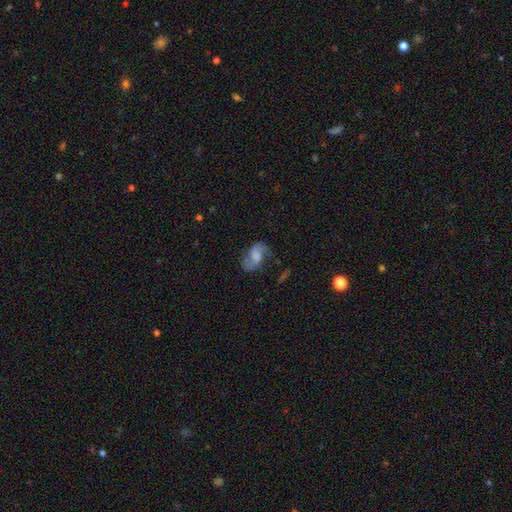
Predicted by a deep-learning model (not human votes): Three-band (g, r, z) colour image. It shows a featured or disk galaxy (74%) with a weak bar (46%), 2 (89%) loose (52%) spiral arms (93%) and a moderate central bulge (31%). Merging: none (66%).